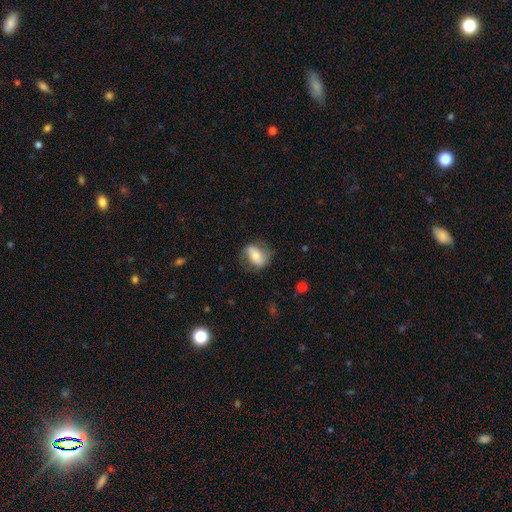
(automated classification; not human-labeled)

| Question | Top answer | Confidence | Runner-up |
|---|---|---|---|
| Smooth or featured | smooth | 57% | featured or disk (36%) |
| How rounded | in between | 78% | round (18%) |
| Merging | none | 65% | minor disturbance (23%) |